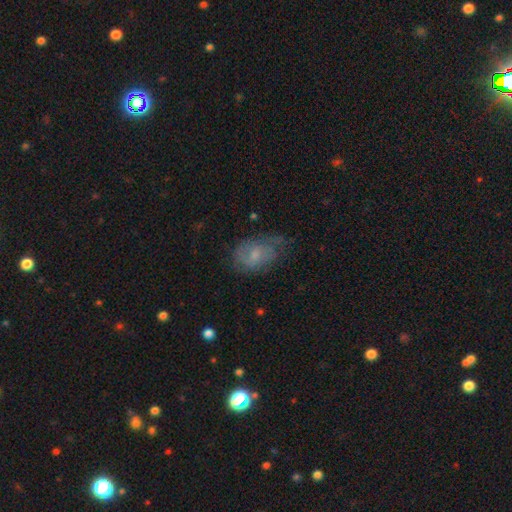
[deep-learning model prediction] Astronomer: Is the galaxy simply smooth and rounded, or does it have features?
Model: smooth — 50% (runner-up: featured or disk, 41%).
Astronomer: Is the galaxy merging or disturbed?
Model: none — 46% (runner-up: minor disturbance, 33%).